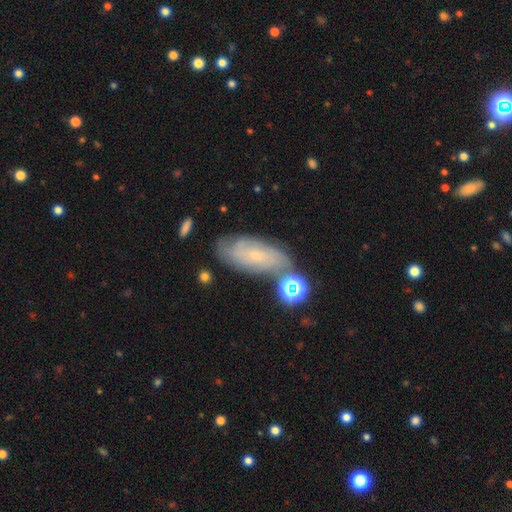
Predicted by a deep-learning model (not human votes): smooth-or-featured: featured or disk: 50% | smooth: 38% | star or artifact: 12%
  disk-edge-on: no: 88% | yes: 12%
  merging: none: 66% | minor disturbance: 19% | merger: 8% | major disturbance: 6%